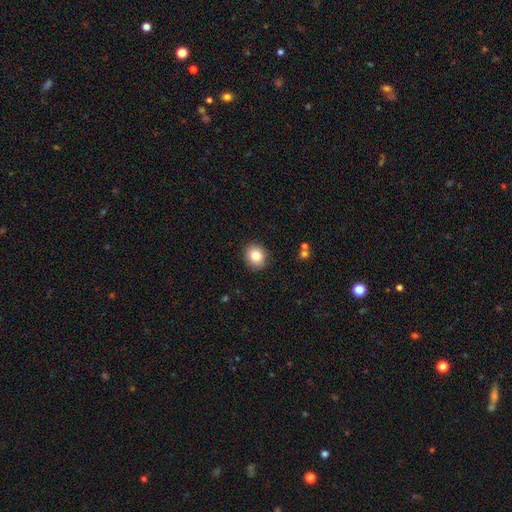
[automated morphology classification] smooth_or_featured: smooth (p=0.84) [alt: star or artifact p=0.09]
how_rounded: round (p=0.70) [alt: in between p=0.29]
merging: none (p=0.89) [alt: minor disturbance p=0.08]